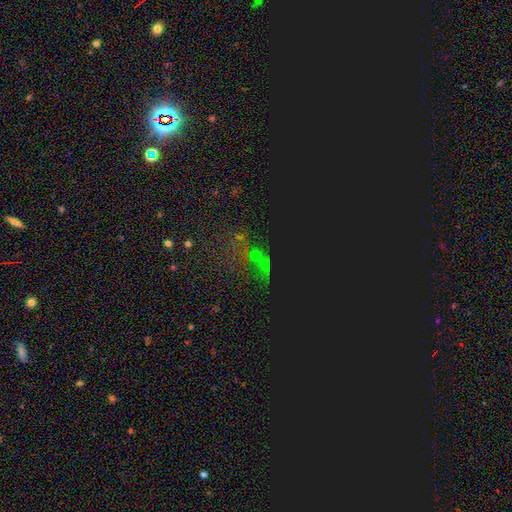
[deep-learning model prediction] This appears to be a star or artifact, not a galaxy (70%).